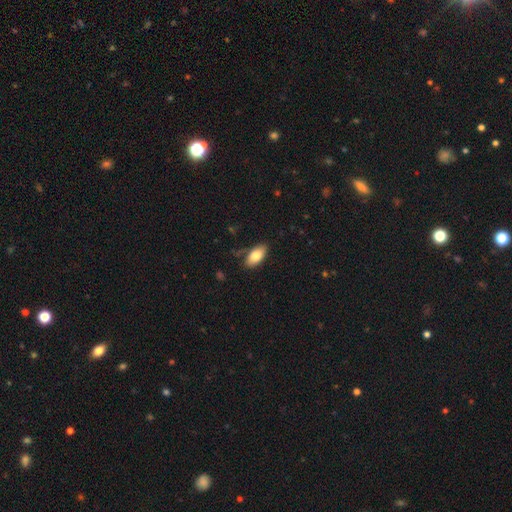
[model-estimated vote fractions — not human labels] Morphology: type=smooth (81%); roundness=in between (92%); merging=none (79%).